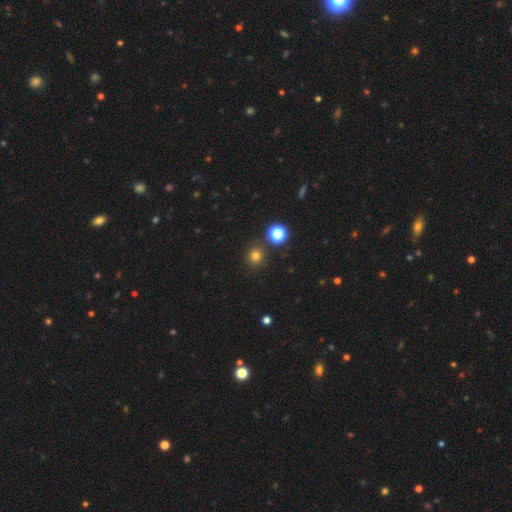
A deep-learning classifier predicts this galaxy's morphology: Smooth or featured: smooth — 75% (star or artifact — 19%)
How rounded: round — 92% (in between — 7%)
Merging: none — 86% (minor disturbance — 6%)